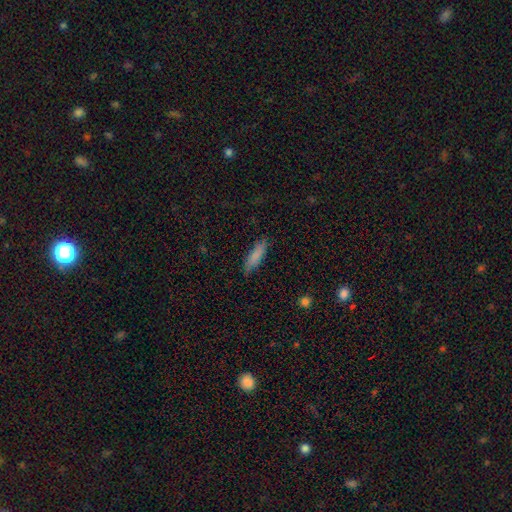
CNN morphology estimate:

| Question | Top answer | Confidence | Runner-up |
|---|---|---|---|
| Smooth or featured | smooth | 84% | featured or disk (9%) |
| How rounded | cigar-shaped | 62% | in between (37%) |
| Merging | none | 82% | minor disturbance (14%) |